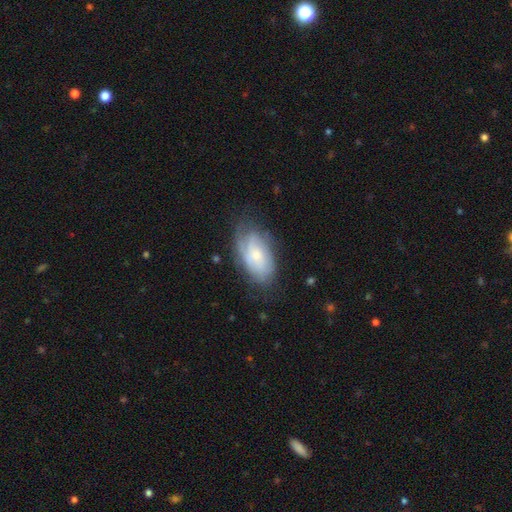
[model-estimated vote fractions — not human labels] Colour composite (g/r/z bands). It shows a featured or disk galaxy (58%) with no bar (71%), spiral arms (81%) and a small central bulge (55%). Merging: none (63%).